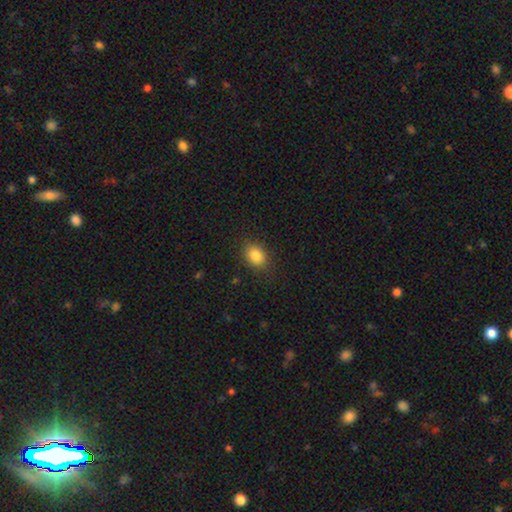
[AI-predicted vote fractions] smooth-or-featured: smooth: 84% | star or artifact: 10% | featured or disk: 6%
  how-rounded: in between: 67% | round: 32% | cigar-shaped: 1%
  merging: none: 86% | minor disturbance: 10% | major disturbance: 3% | merger: 1%